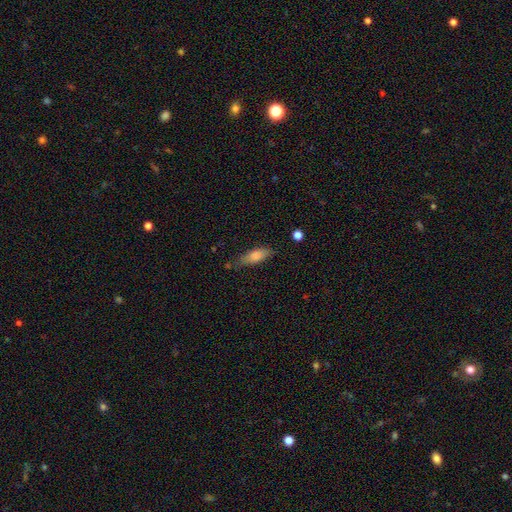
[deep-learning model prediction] Overall: smooth (78%). How rounded: in between (58%; cigar-shaped 40%). Merging: none (72%).